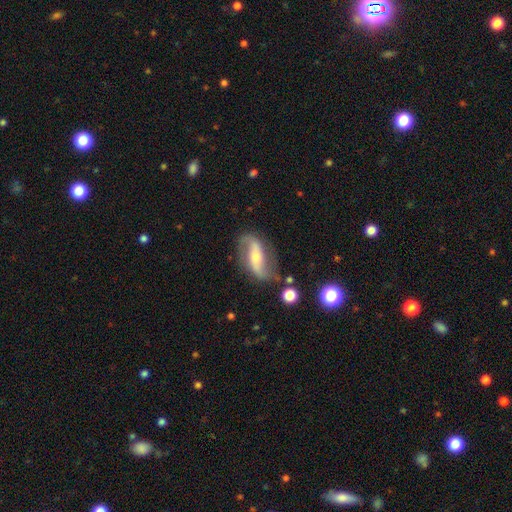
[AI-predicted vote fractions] A featured or disk galaxy (80%) with a strong bar (45%), 2 (90%) loose (64%) spiral arms (91%) and a small central bulge (48%).

Vote fractions:
- Smooth or featured? featured or disk: 80% / smooth: 14% / star or artifact: 6%
- Edge-on disk? no: 92% / yes: 8%
- Bar? strong: 45% / no: 29% / weak: 27%
- Spiral arms? yes: 91% / no: 9%
- Spiral winding? loose: 64% / medium: 25% / tight: 11%
- Spiral arm count? 2: 90% / can't tell: 4% / 1: 3% / 3: 1% / 4: 1% / more than 4: 1%
- Bulge size? small: 48% / moderate: 44% / large: 4% / none: 2% / dominant: 1%
- Merging? none: 74% / minor disturbance: 16% / major disturbance: 7% / merger: 3%